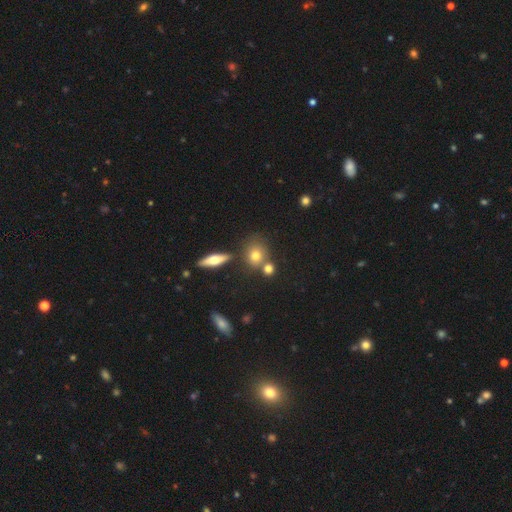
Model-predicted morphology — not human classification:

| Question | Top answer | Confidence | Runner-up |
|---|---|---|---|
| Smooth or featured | smooth | 71% | featured or disk (16%) |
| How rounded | round | 70% | in between (27%) |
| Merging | none | 65% | merger (20%) |